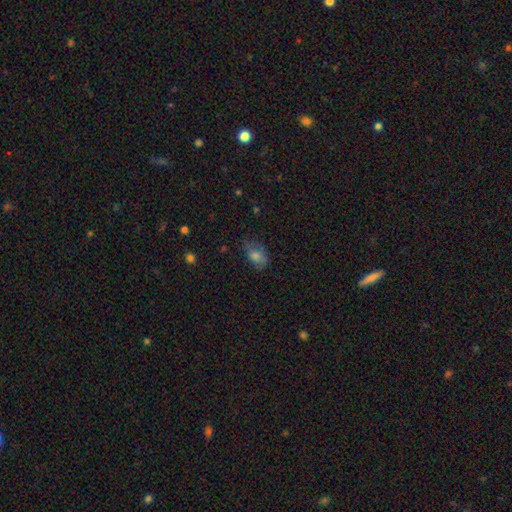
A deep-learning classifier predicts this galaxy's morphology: A smooth galaxy with no disk features (70%) that is in between round and cigar-shaped (84%).

Vote fractions:
- Smooth or featured? smooth: 70% / featured or disk: 19% / star or artifact: 11%
- How rounded? in between: 84% / round: 15% / cigar-shaped: 2%
- Merging? none: 58% / minor disturbance: 30% / major disturbance: 10% / merger: 2%